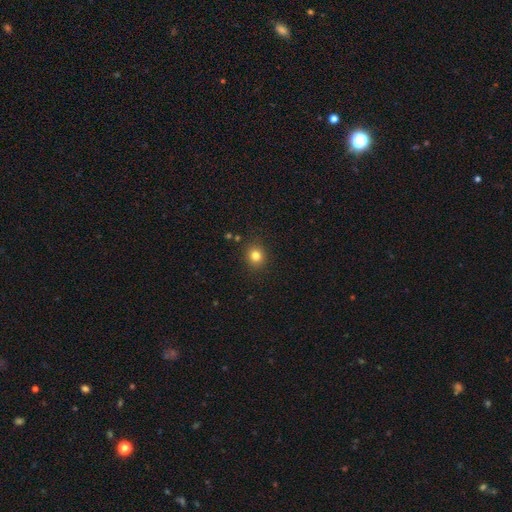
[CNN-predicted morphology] smooth_or_featured: smooth (p=0.81) [alt: star or artifact p=0.13]
how_rounded: round (p=0.83) [alt: in between p=0.16]
merging: none (p=0.89) [alt: minor disturbance p=0.07]